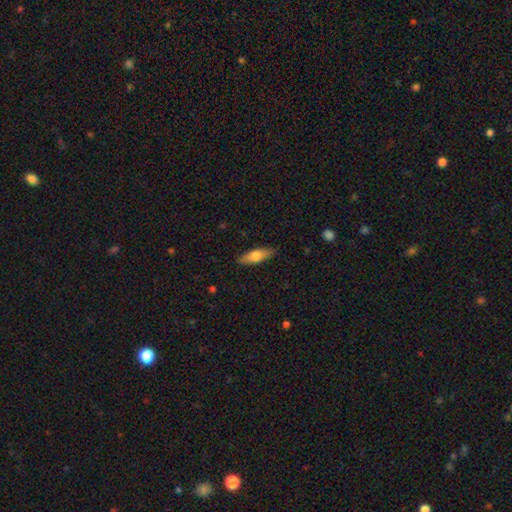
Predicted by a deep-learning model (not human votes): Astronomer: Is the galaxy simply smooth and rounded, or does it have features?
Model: smooth — 65%.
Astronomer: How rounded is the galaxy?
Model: in between — 53% (runner-up: cigar-shaped, 44%).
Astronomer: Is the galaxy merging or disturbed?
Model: none — 88%.